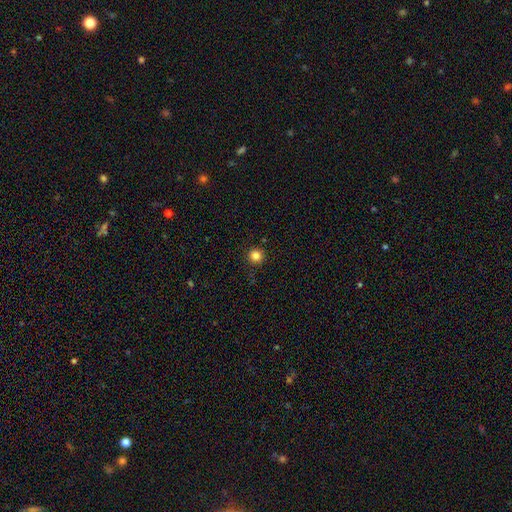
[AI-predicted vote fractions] This is clearly a smooth galaxy (83%). How rounded: clearly round (96%). Merging: clearly none (92%).